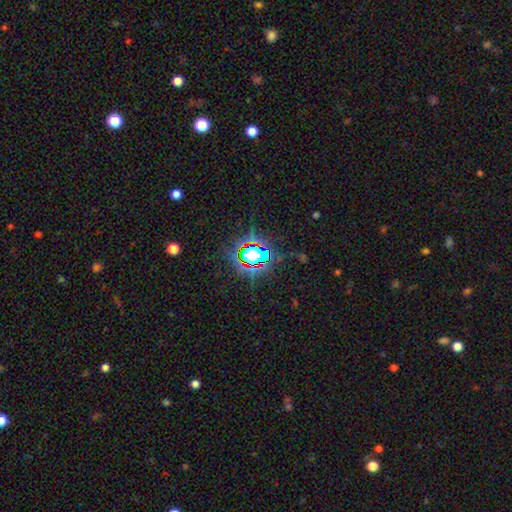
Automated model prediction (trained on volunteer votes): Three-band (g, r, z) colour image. It shows a star or artifact, not a galaxy (82%).